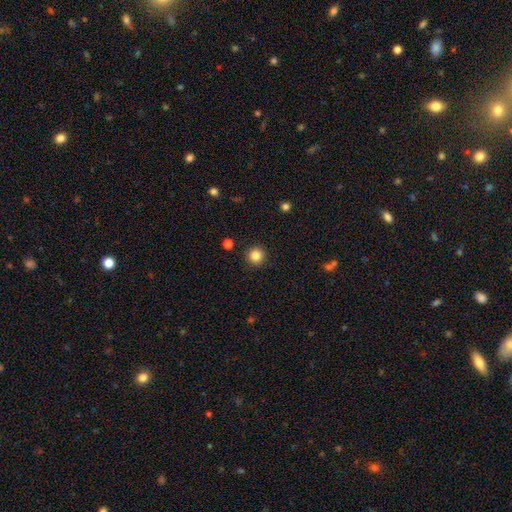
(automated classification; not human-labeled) Morphology: type=smooth (84%); roundness=round (95%); merging=none (92%).